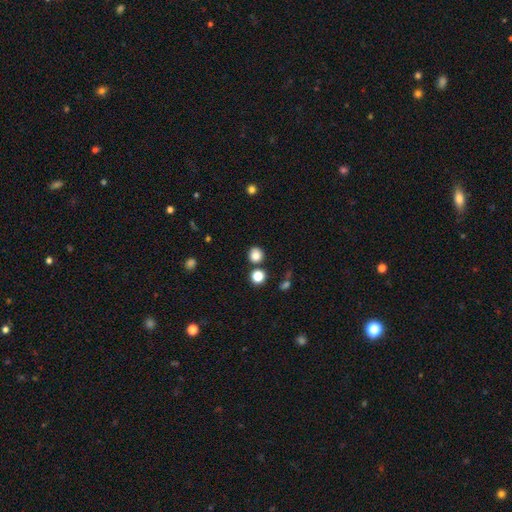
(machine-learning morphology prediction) This is clearly a smooth galaxy (83%). How rounded: clearly round (86%). Merging: clearly none (80%).